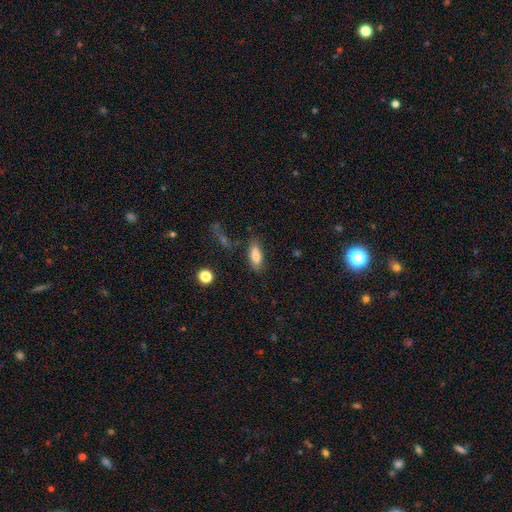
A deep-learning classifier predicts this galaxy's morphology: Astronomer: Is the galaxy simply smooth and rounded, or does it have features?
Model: smooth — 82%.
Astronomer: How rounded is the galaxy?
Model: in between — 76%.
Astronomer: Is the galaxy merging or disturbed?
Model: none — 77%.